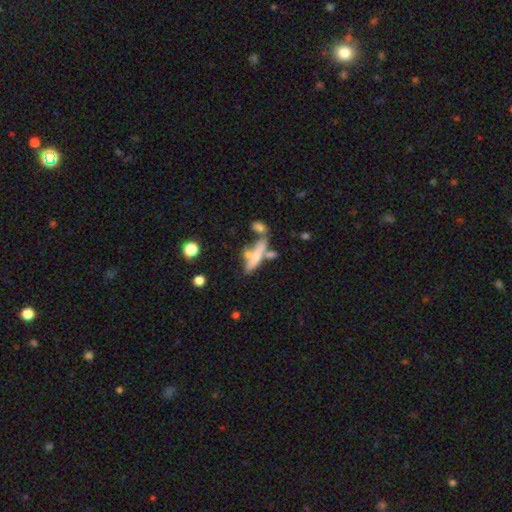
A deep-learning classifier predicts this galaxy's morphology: This appears to be a smooth galaxy with no disk features (54%) that is cigar-shaped (68%). Merging: none (41%).